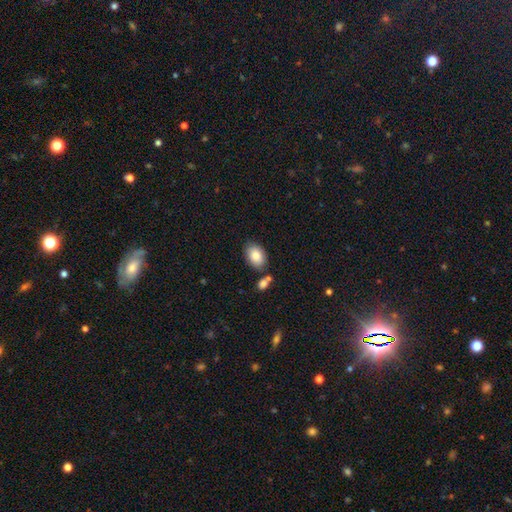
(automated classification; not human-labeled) Smooth or featured? Predicted: smooth (p=0.84). How rounded? Predicted: in between (p=0.83). Merging? Predicted: none (p=0.73).